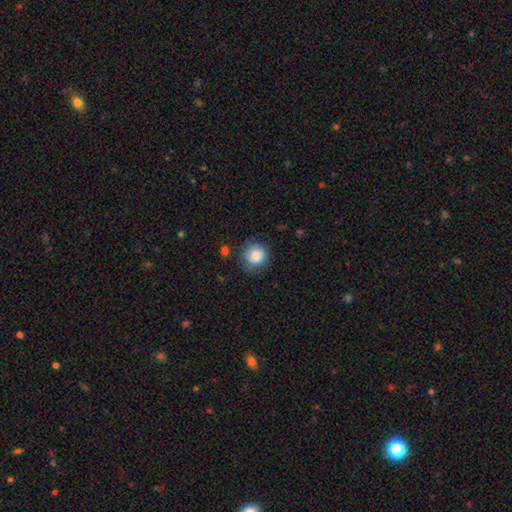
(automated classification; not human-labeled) This appears to be a smooth galaxy with no disk features (83%) that is round (86%). Merging: none (71%).